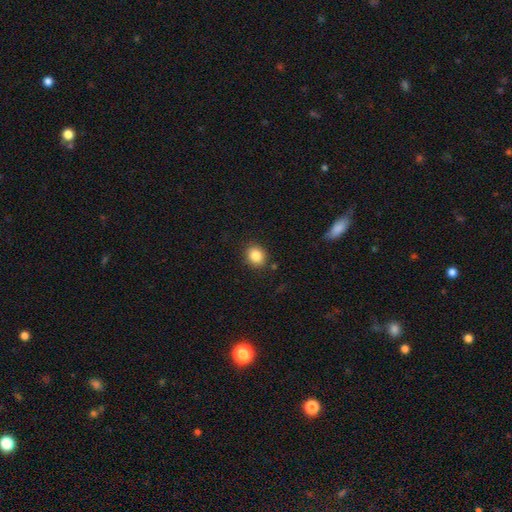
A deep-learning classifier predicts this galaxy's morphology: This is clearly a smooth galaxy (86%). How rounded: likely round (68%). Merging: clearly none (87%).